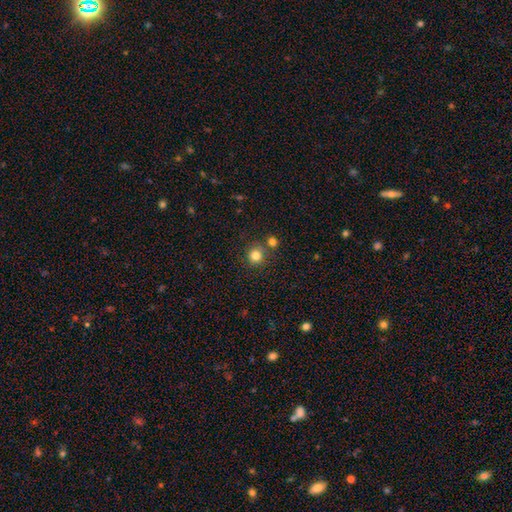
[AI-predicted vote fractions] This is clearly a smooth galaxy (82%). How rounded: clearly round (91%). Merging: likely none (74%).